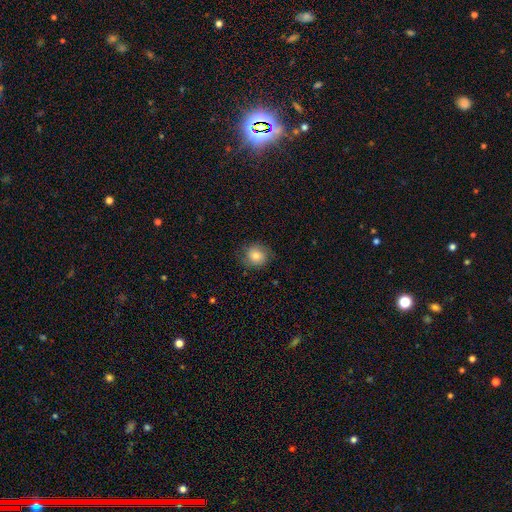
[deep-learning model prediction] This appears to be a smooth galaxy with no disk features (76%) that is round (81%). Merging: none (77%).